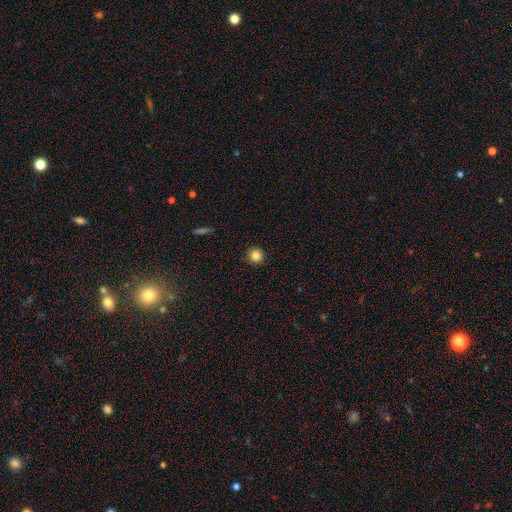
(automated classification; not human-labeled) A smooth galaxy with no disk features (84%) that is round (94%). Merging: none (88%).